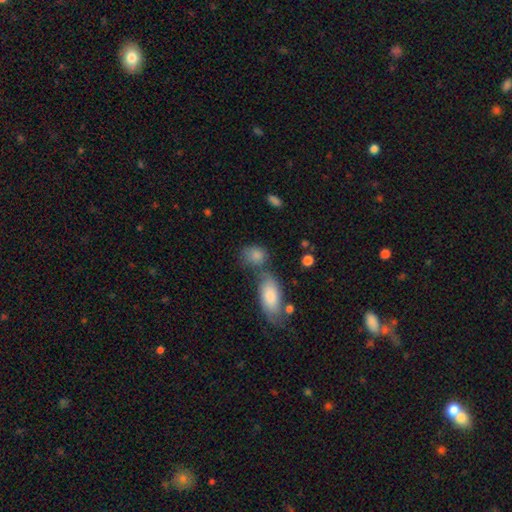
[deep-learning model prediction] Smooth or featured? Predicted: smooth (p=0.84). How rounded? Predicted: in between (p=0.63). Merging? Predicted: none (p=0.47).